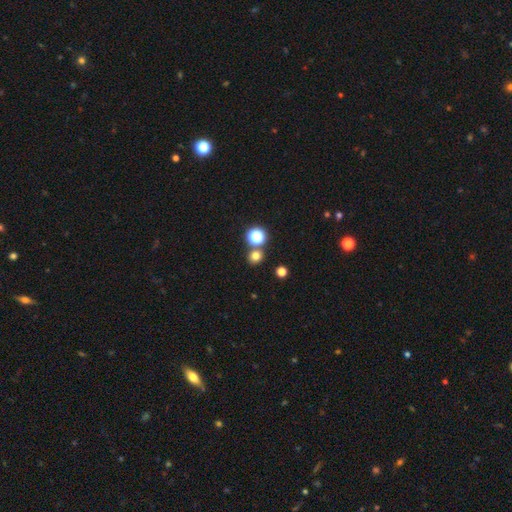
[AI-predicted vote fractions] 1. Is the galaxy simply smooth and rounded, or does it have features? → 73% smooth, 21% star or artifact, 6% featured or disk.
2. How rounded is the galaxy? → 87% round, 12% in between, 1% cigar-shaped.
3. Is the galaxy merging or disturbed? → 77% none, 14% merger, 6% minor disturbance, 3% major disturbance.